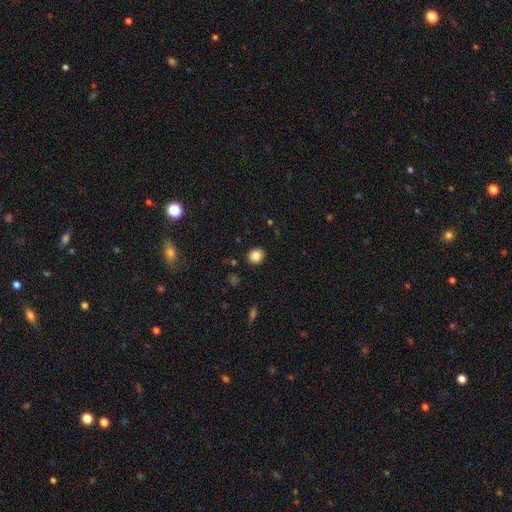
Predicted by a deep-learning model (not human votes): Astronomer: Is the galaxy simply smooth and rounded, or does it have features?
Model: smooth — 84%.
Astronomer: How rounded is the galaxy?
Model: round — 72%.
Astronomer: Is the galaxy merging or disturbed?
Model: none — 90%.